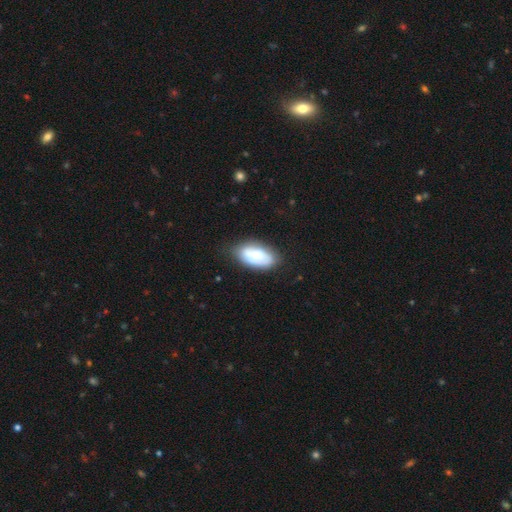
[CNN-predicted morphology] smooth 68%, featured or disk 26%, star or artifact 7%. Down the decision tree: how rounded — in between (94%); merging — none (75%).